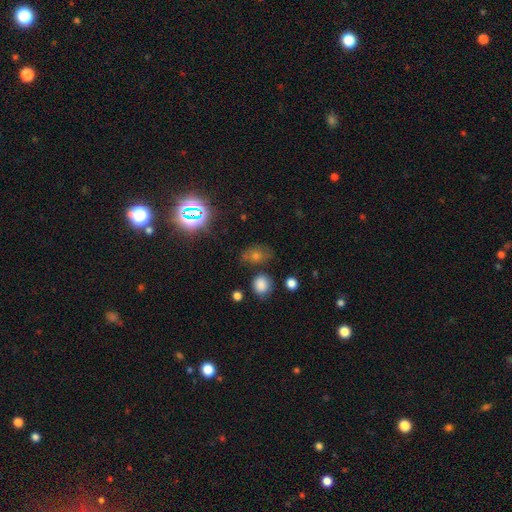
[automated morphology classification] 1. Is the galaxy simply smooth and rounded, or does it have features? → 49% smooth, 38% star or artifact, 14% featured or disk.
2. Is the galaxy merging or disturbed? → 71% none, 16% minor disturbance, 7% merger, 6% major disturbance.